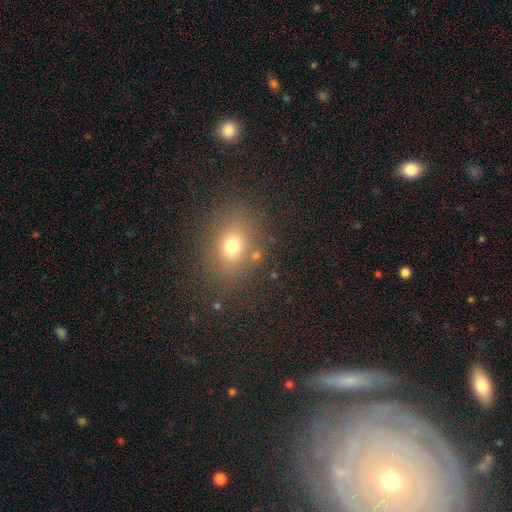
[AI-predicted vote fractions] Overall: smooth (71%). How rounded: in between (57%; round 42%). Merging: none (81%).